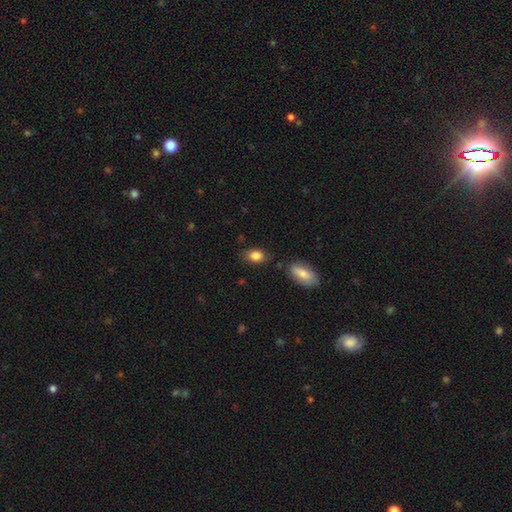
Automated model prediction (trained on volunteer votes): Q: Smooth or featured?
A: smooth (85%); runner-up: star or artifact (8%)
Q: How rounded?
A: in between (84%); runner-up: round (13%)
Q: Merging?
A: none (76%); runner-up: minor disturbance (15%)